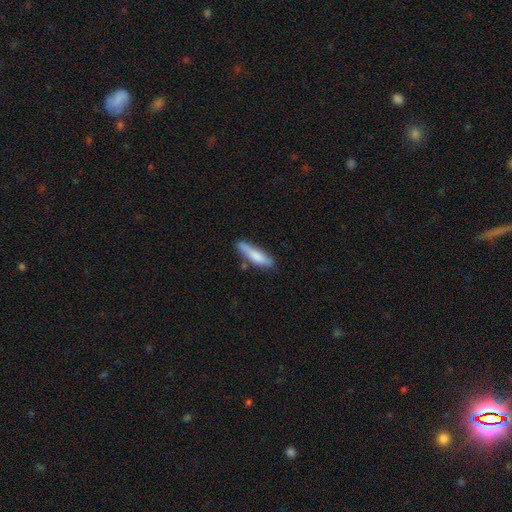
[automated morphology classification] Q: Smooth or featured?
A: smooth (78%); runner-up: featured or disk (16%)
Q: How rounded?
A: cigar-shaped (76%); runner-up: in between (23%)
Q: Merging?
A: none (66%); runner-up: minor disturbance (23%)